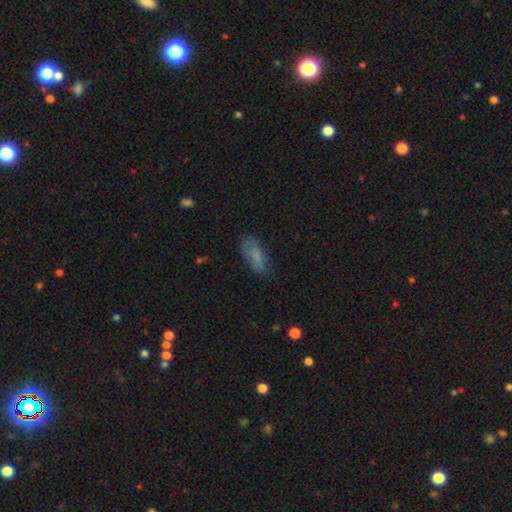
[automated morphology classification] A smooth galaxy with no disk features (76%) that is in between round and cigar-shaped (80%). Merging: none (61%).